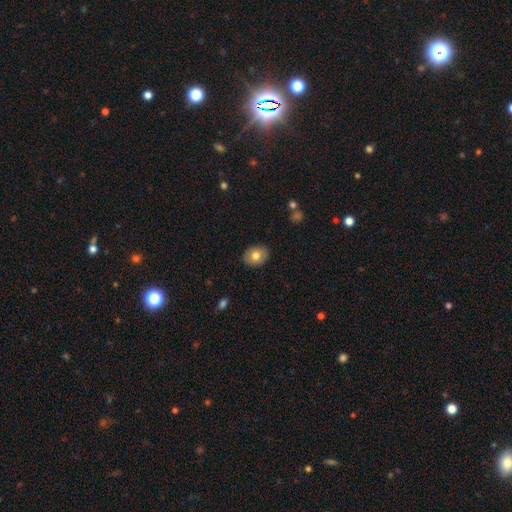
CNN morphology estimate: type=smooth (75%); roundness=in between (58%); merging=none (89%).